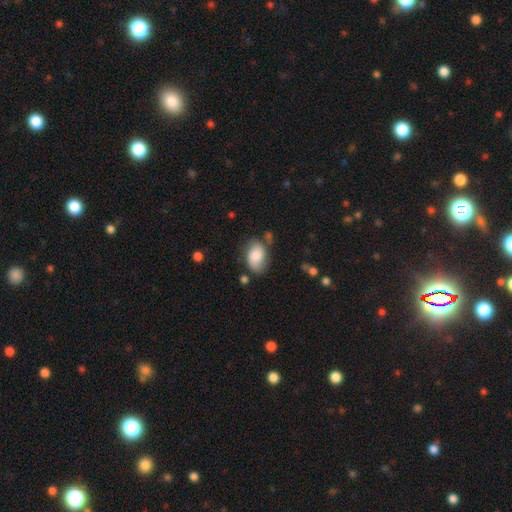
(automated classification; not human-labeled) smooth 76%, featured or disk 17%, star or artifact 7%. Down the decision tree: how rounded — in between (88%); merging — none (58%).